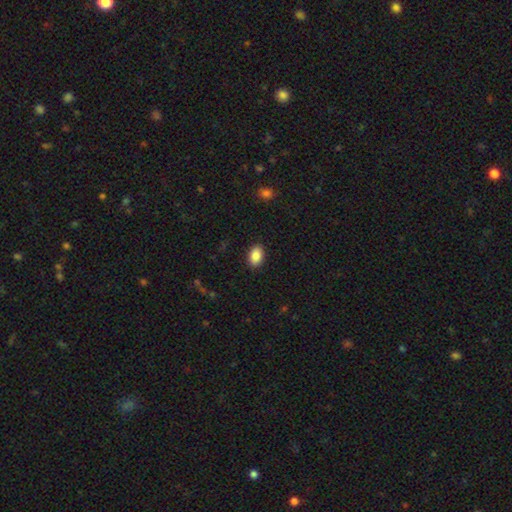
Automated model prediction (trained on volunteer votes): Smooth or featured? smooth (88%)
How rounded? in between (90%)
Merging? none (89%)